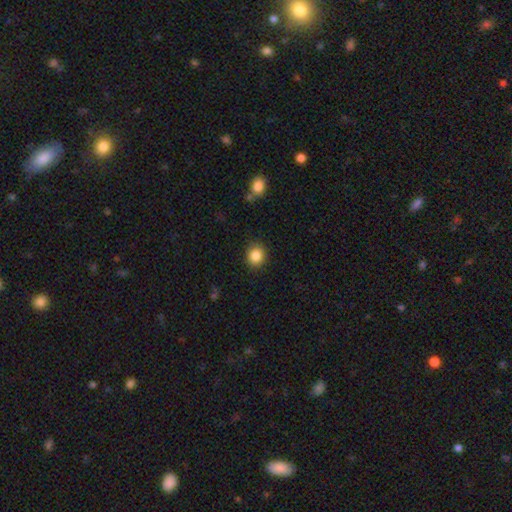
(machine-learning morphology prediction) Smooth or featured? smooth (86%)
How rounded? round (80%)
Merging? none (88%)